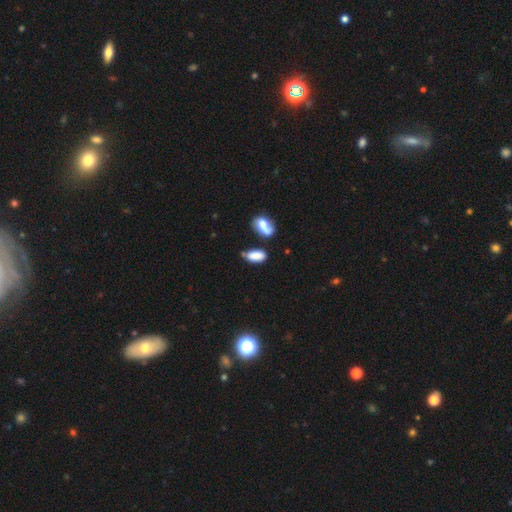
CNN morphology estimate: This is clearly a smooth galaxy (82%). How rounded: clearly in between (90%). Merging: possibly none (45%).